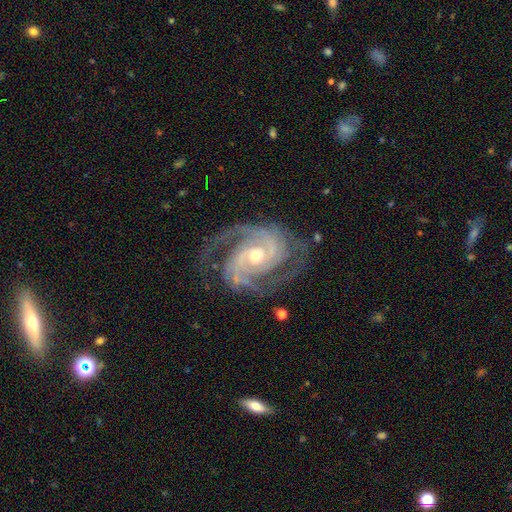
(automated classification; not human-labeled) smooth_or_featured: featured or disk (p=0.94) [alt: star or artifact p=0.04]
disk_edge_on: no (p=0.98) [alt: yes p=0.02]
bar: no (p=0.64) [alt: weak p=0.26]
has_spiral_arms: yes (p=0.99) [alt: no p=0.01]
spiral_winding: tight (p=0.59) [alt: medium p=0.37]
spiral_arm_count: 3 (p=0.36) [alt: 2 p=0.31]
bulge_size: small (p=0.51) [alt: moderate p=0.46]
merging: none (p=0.73) [alt: minor disturbance p=0.17]